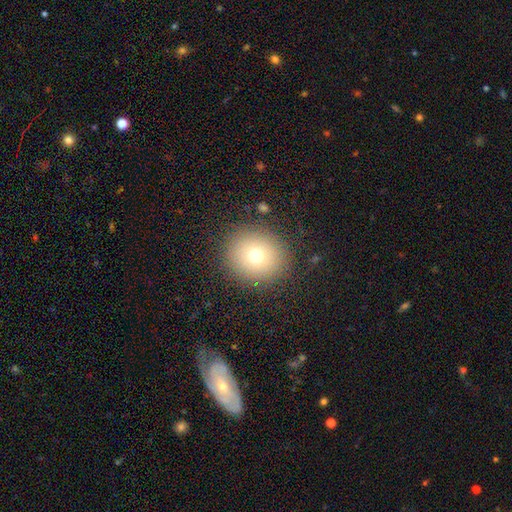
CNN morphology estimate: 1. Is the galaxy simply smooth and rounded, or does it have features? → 73% smooth, 14% star or artifact, 13% featured or disk.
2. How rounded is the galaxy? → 86% round, 13% in between, 1% cigar-shaped.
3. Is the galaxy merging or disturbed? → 87% none, 7% minor disturbance, 4% major disturbance, 1% merger.